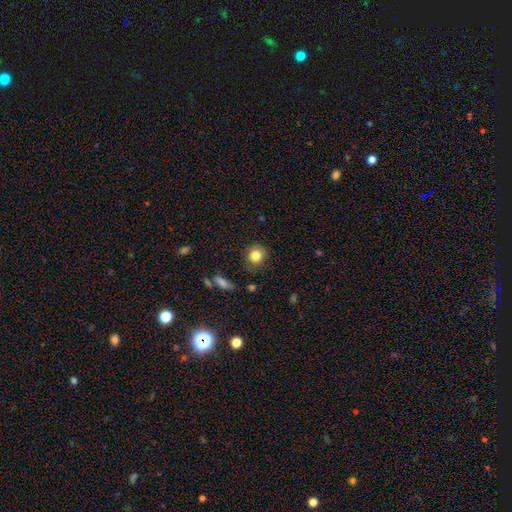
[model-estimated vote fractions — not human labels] Morphology: type=smooth (82%); roundness=round (78%); merging=none (78%).